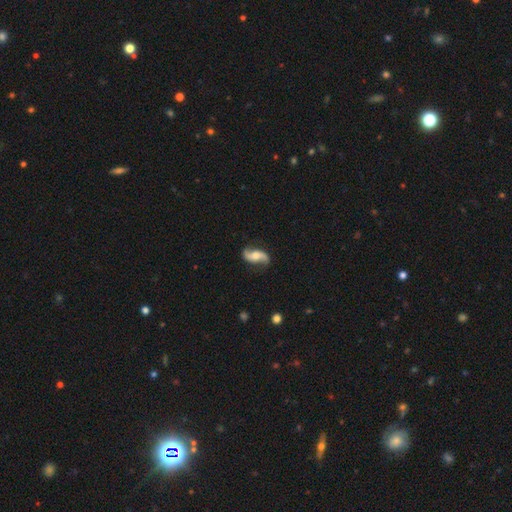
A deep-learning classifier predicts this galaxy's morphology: smooth_or_featured: featured or disk (p=0.85) [alt: smooth p=0.10]
disk_edge_on: no (p=0.95) [alt: yes p=0.05]
bar: no (p=0.55) [alt: weak p=0.32]
has_spiral_arms: yes (p=0.96) [alt: no p=0.04]
spiral_winding: loose (p=0.77) [alt: medium p=0.18]
spiral_arm_count: 2 (p=0.94) [alt: can't tell p=0.02]
bulge_size: moderate (p=0.54) [alt: small p=0.26]
merging: none (p=0.80) [alt: minor disturbance p=0.13]